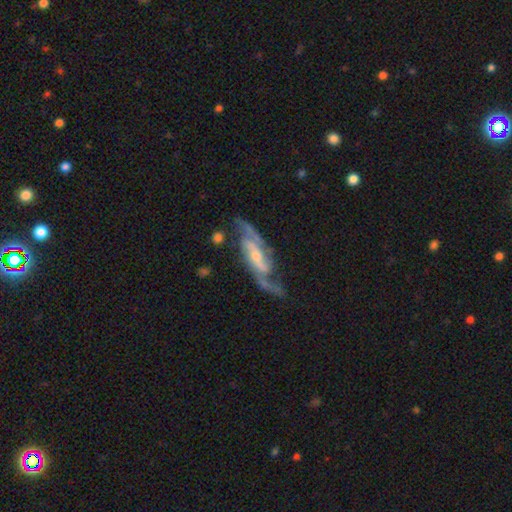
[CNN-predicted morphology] featured or disk 90%, smooth 5%, star or artifact 5%. Down the decision tree: edge-on disk — no (91%); bar — weak (40%); spiral arms — yes (97%); spiral arm count — 2 (84%); spiral winding — medium (52%); bulge size — small (55%); merging — none (69%).